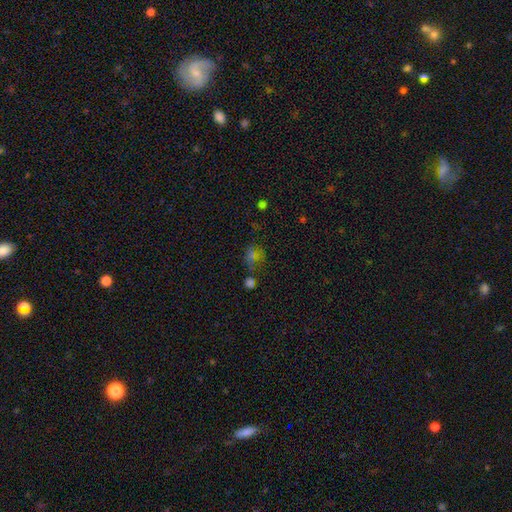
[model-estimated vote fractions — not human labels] smooth_or_featured: smooth (p=0.49) [alt: star or artifact p=0.34]
merging: none (p=0.47) [alt: minor disturbance p=0.20]